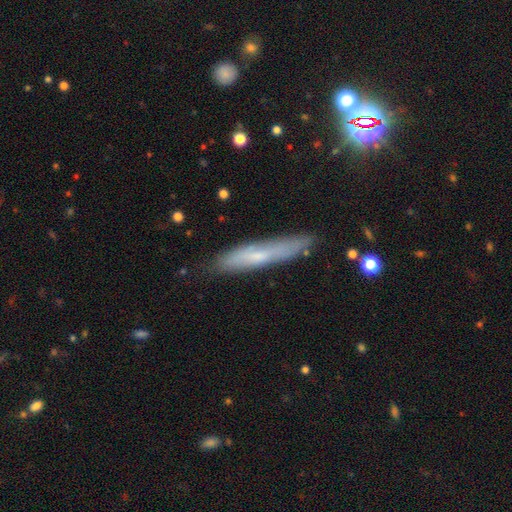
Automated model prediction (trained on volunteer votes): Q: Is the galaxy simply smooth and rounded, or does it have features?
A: smooth — 59%.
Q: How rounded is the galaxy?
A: cigar-shaped — 88%.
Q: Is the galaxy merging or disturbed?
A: none — 76%.